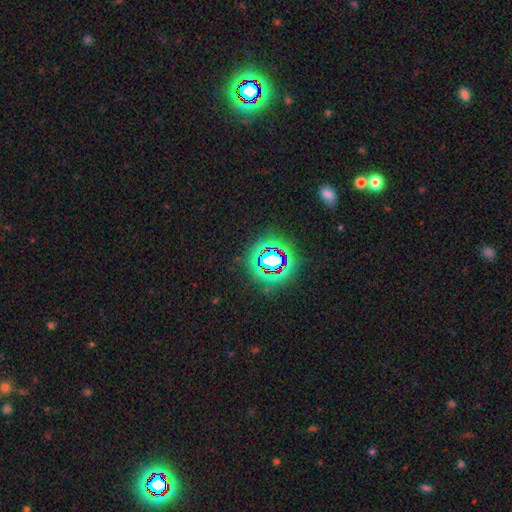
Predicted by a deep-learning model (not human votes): Smooth or featured?
  - star or artifact: 80% *
  - smooth: 12%
  - featured or disk: 9%